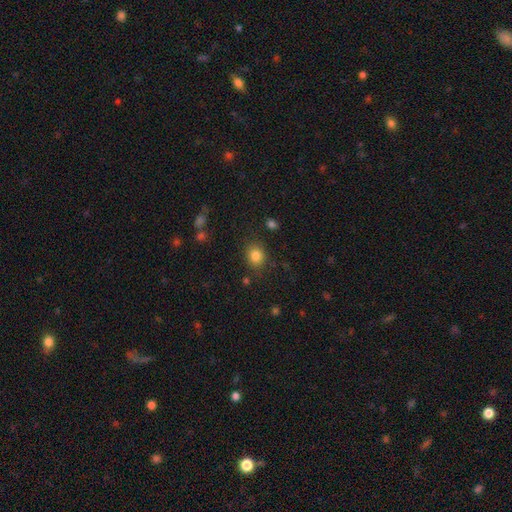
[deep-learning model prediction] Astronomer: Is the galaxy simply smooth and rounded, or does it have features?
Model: smooth — 83%.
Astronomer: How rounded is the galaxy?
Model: round — 65%.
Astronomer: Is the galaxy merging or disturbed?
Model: none — 83%.